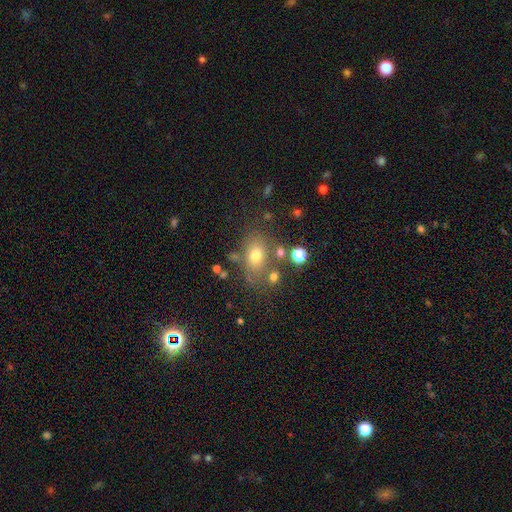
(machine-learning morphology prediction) This is likely a smooth galaxy (68%). How rounded: likely in between (70%). Merging: likely none (67%).